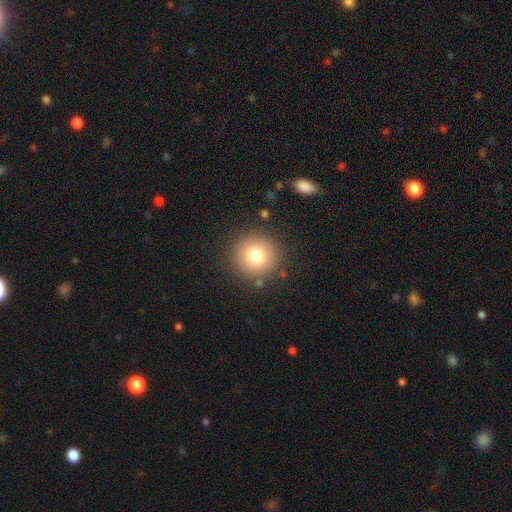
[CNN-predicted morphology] A smooth galaxy with no disk features (78%) that is round (95%).

Vote fractions:
- Smooth or featured? smooth: 78% / star or artifact: 11% / featured or disk: 10%
- How rounded? round: 95% / in between: 4% / cigar-shaped: 1%
- Merging? none: 87% / minor disturbance: 7% / major disturbance: 3% / merger: 2%